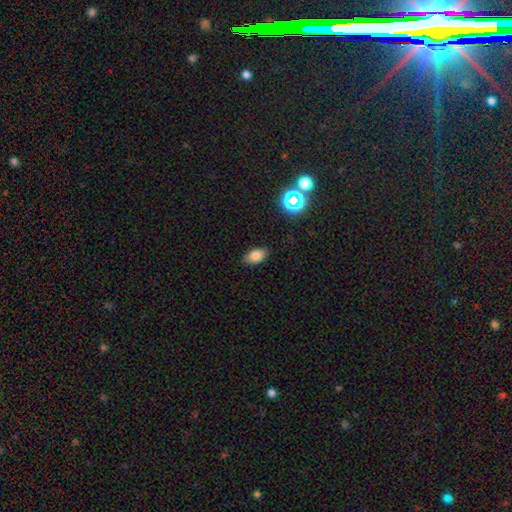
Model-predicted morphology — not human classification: The model was most divided on "smooth or featured": smooth: 79%, star or artifact: 12%, featured or disk: 9%. More confident: how rounded — in between (90%); merging — none (84%).